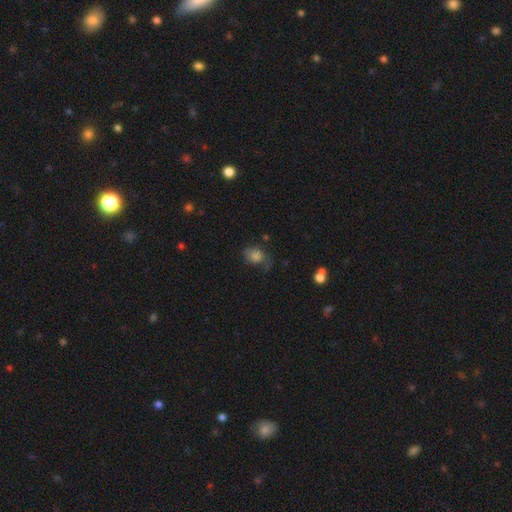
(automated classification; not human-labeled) smooth 76%, star or artifact 13%, featured or disk 12%. Down the decision tree: how rounded — round (50%); merging — none (48%).